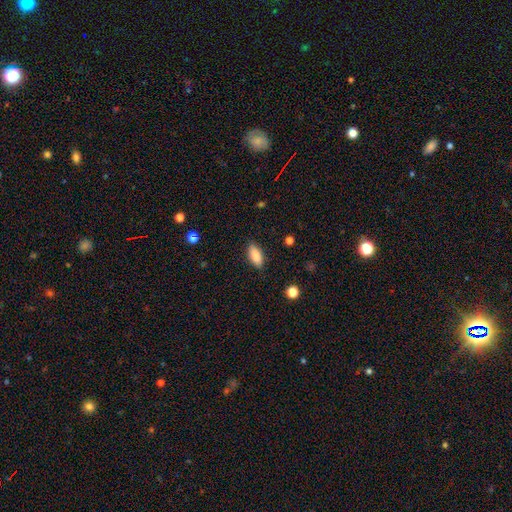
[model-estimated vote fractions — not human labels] A smooth galaxy with no disk features (84%) that is in between round and cigar-shaped (83%).

Vote fractions:
- Smooth or featured? smooth: 84% / featured or disk: 9% / star or artifact: 7%
- How rounded? in between: 83% / cigar-shaped: 15% / round: 2%
- Merging? none: 86% / minor disturbance: 10% / major disturbance: 2% / merger: 1%